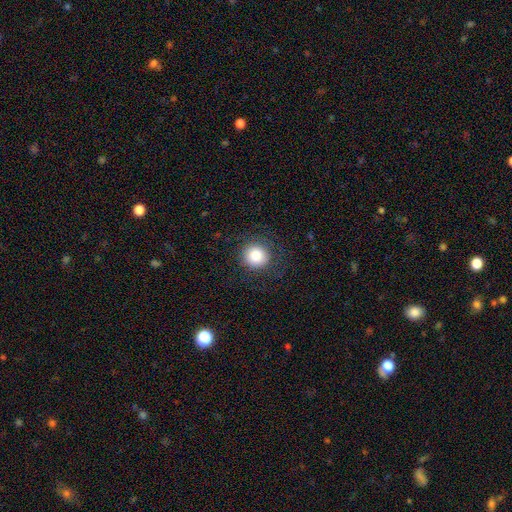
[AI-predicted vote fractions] Smooth or featured?
  - smooth: 83% *
  - star or artifact: 10%
  - featured or disk: 7%
How rounded?
  - round: 94% *
  - in between: 5%
  - cigar-shaped: 1%
Merging?
  - none: 87% *
  - minor disturbance: 8%
  - major disturbance: 4%
  - merger: 1%